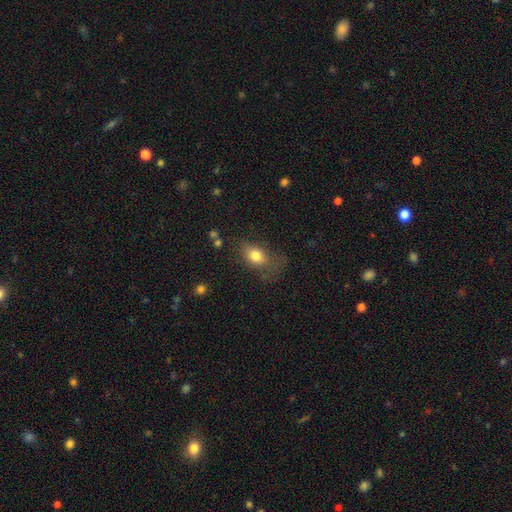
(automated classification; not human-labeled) Smooth or featured: smooth — 79% (featured or disk — 11%)
How rounded: in between — 75% (round — 23%)
Merging: none — 51% (minor disturbance — 26%)